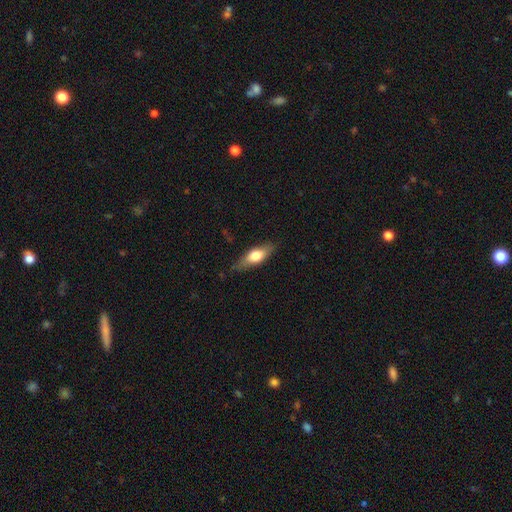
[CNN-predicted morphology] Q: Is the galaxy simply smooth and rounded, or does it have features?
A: smooth — 63%.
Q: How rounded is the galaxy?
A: in between — 64%.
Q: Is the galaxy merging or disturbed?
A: none — 78%.